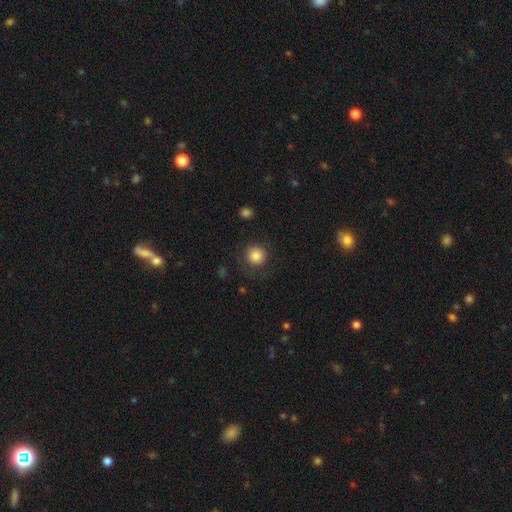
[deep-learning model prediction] A smooth galaxy with no disk features (84%) that is round (93%).

Vote fractions:
- Smooth or featured? smooth: 84% / star or artifact: 10% / featured or disk: 6%
- How rounded? round: 93% / in between: 6% / cigar-shaped: 1%
- Merging? none: 80% / minor disturbance: 11% / major disturbance: 7% / merger: 2%